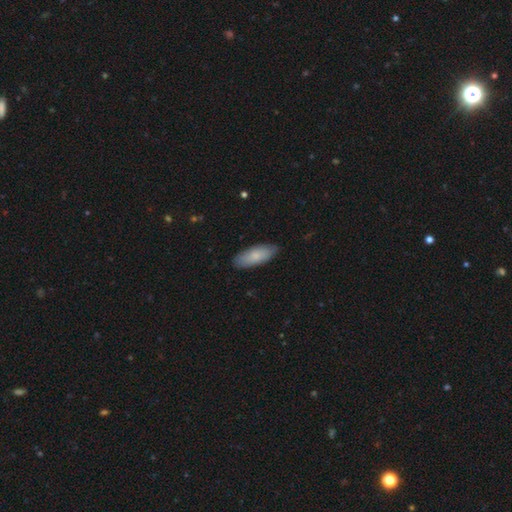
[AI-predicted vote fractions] smooth-or-featured: smooth: 81% | featured or disk: 13% | star or artifact: 5%
  how-rounded: in between: 72% | cigar-shaped: 26% | round: 2%
  merging: none: 86% | minor disturbance: 11% | major disturbance: 2% | merger: 1%